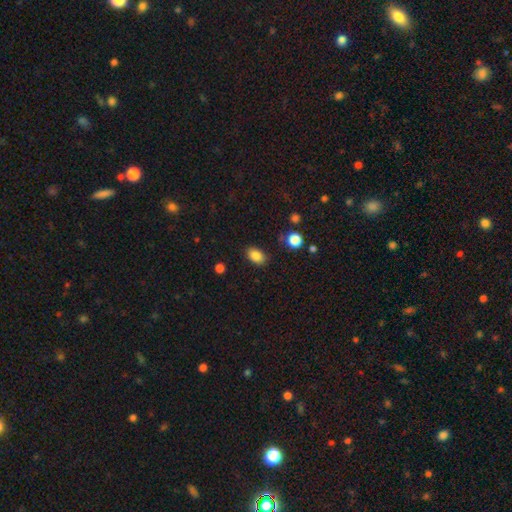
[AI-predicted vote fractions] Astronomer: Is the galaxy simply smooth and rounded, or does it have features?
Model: smooth — 86%.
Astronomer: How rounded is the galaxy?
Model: in between — 86%.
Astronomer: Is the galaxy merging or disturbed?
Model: none — 83%.